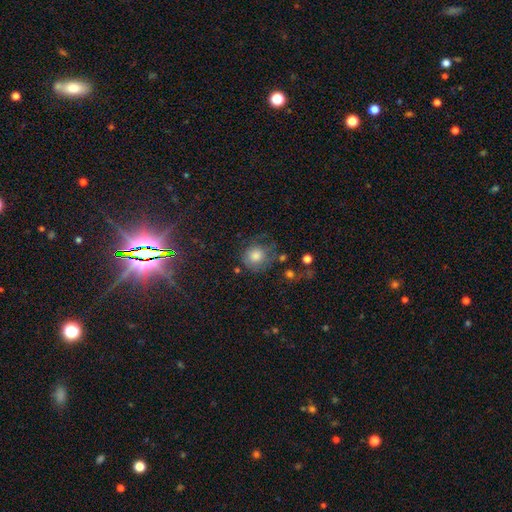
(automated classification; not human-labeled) smooth 72%, star or artifact 14%, featured or disk 14%. Down the decision tree: how rounded — round (84%); merging — none (60%).